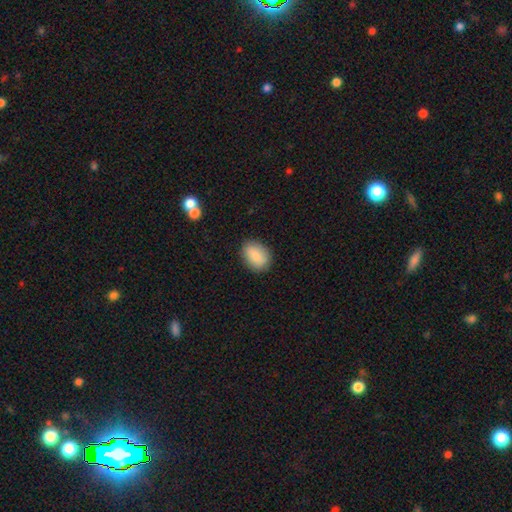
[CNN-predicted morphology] Smooth or featured?
  - smooth: 87% *
  - star or artifact: 7%
  - featured or disk: 7%
How rounded?
  - in between: 77% *
  - round: 21%
  - cigar-shaped: 1%
Merging?
  - none: 86% *
  - minor disturbance: 11%
  - major disturbance: 2%
  - merger: 1%